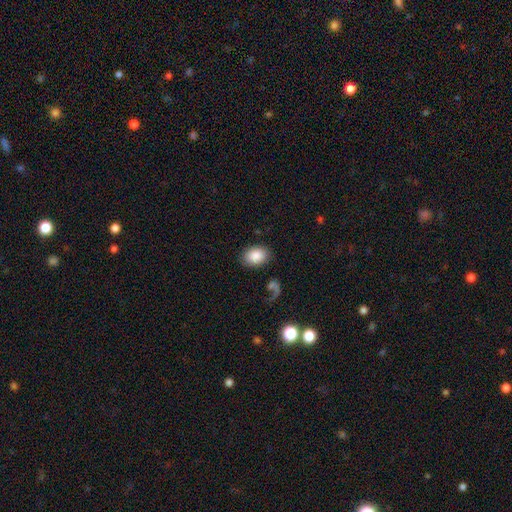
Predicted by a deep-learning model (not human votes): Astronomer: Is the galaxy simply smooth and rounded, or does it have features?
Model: smooth — 85%.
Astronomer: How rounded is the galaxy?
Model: in between — 77%.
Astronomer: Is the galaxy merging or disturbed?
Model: none — 82%.